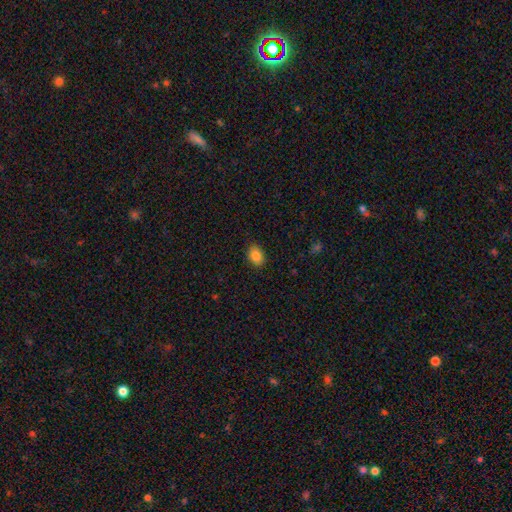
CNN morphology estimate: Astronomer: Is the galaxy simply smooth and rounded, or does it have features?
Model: smooth — 85%.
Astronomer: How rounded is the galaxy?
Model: in between — 73%.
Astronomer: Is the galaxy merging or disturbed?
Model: none — 88%.